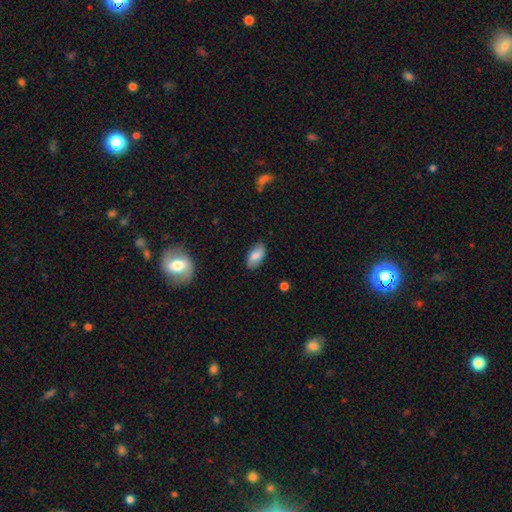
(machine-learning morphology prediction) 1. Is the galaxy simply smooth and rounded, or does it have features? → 82% smooth, 12% featured or disk, 7% star or artifact.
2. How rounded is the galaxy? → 94% in between, 4% cigar-shaped, 3% round.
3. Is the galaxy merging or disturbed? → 84% none, 12% minor disturbance, 3% major disturbance, 1% merger.